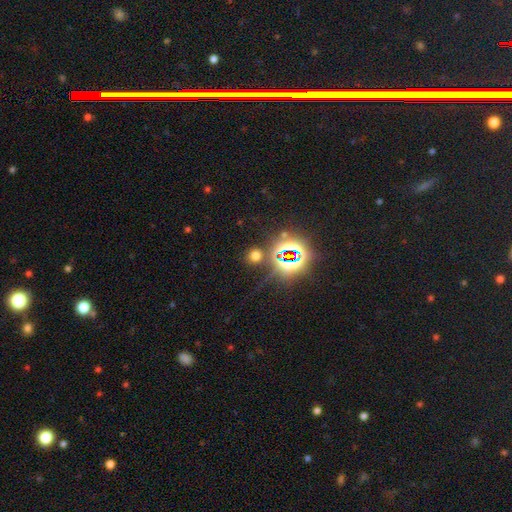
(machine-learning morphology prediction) smooth_or_featured: smooth (p=0.54) [alt: star or artifact p=0.39]
how_rounded: round (p=0.85) [alt: in between p=0.14]
merging: none (p=0.82) [alt: minor disturbance p=0.08]